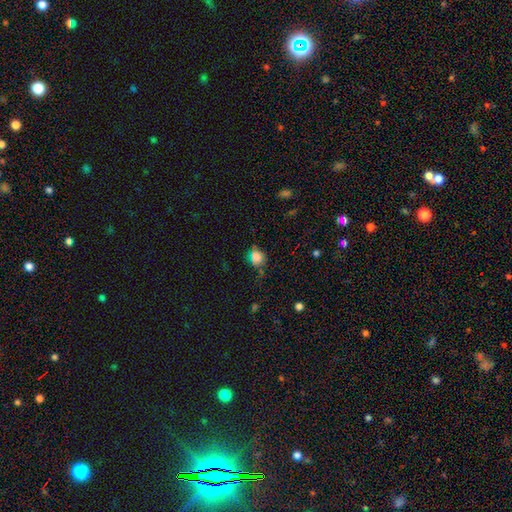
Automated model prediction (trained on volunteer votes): smooth_or_featured: smooth (p=0.74) [alt: star or artifact p=0.18]
how_rounded: round (p=0.70) [alt: in between p=0.28]
merging: none (p=0.63) [alt: minor disturbance p=0.24]